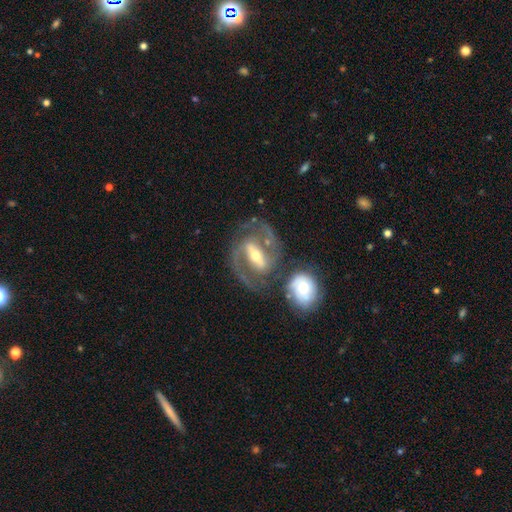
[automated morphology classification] This appears to be a featured or disk galaxy (89%) with a strong bar (68%), 2 (91%) medium (60%) spiral arms (96%) and a moderate central bulge (61%). Merging: none (62%).